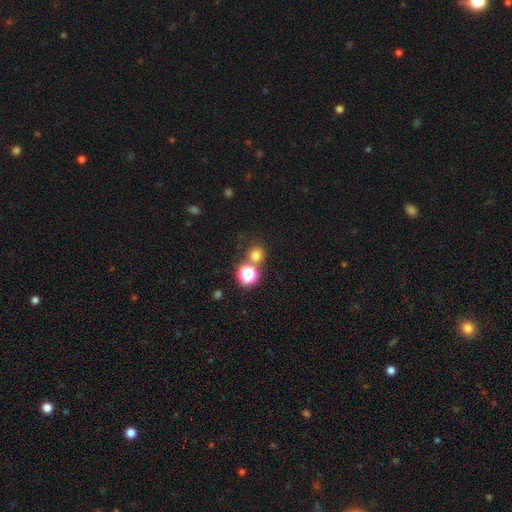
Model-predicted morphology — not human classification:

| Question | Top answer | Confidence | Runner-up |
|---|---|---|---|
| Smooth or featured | smooth | 71% | star or artifact (22%) |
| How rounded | round | 90% | in between (9%) |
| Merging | none | 69% | merger (19%) |